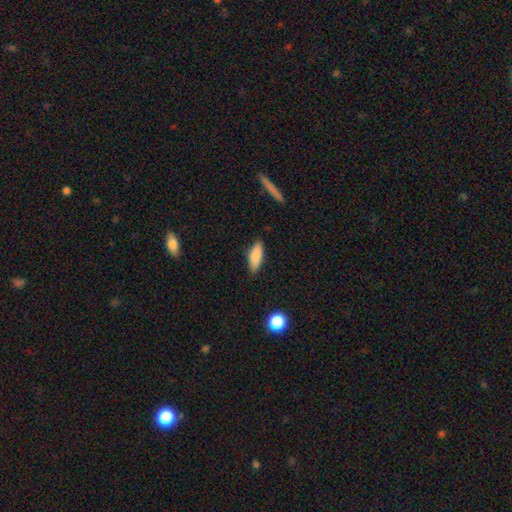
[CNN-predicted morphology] Q: Smooth or featured?
A: smooth (83%); runner-up: featured or disk (10%)
Q: How rounded?
A: in between (65%); runner-up: cigar-shaped (33%)
Q: Merging?
A: none (83%); runner-up: minor disturbance (13%)